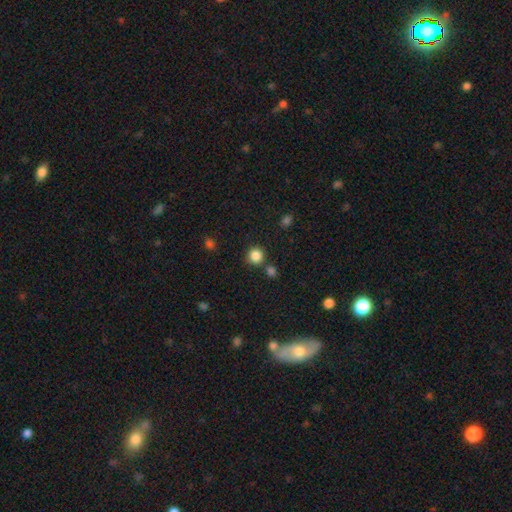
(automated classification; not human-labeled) smooth-or-featured: smooth: 85% | star or artifact: 11% | featured or disk: 4%
  how-rounded: round: 92% | in between: 7% | cigar-shaped: 1%
  merging: none: 79% | merger: 10% | minor disturbance: 8% | major disturbance: 3%